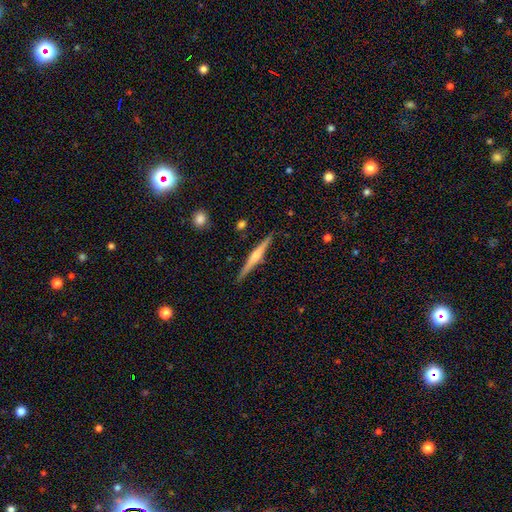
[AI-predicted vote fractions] Overall: featured or disk (65%; smooth 29%). Edge-on disk: yes (98%). Edge-on bulge: rounded (67%). Merging: none (90%).